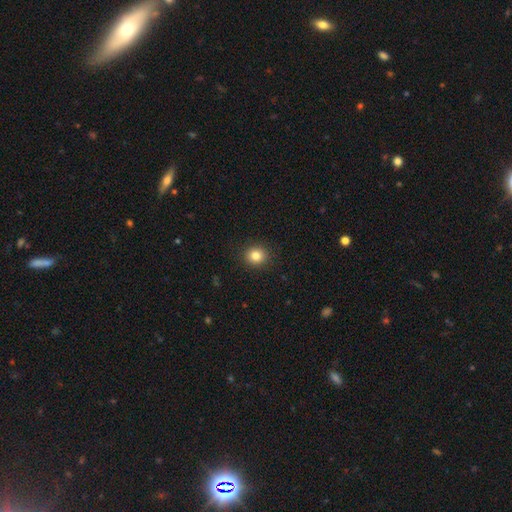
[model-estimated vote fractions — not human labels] Morphology: type=smooth (83%); roundness=round (85%); merging=none (91%).